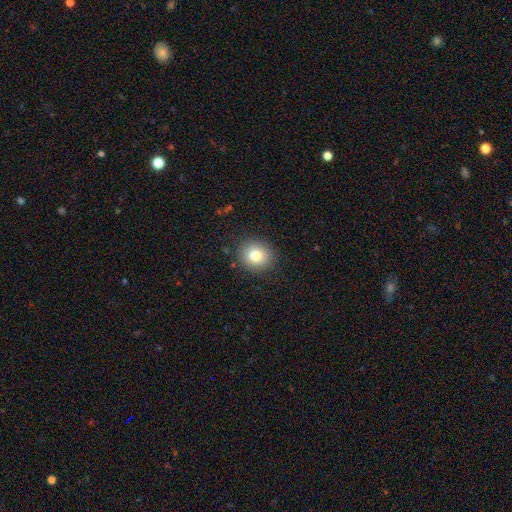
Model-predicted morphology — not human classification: This appears to be a smooth galaxy with no disk features (78%) that is round (83%). Merging: none (89%).